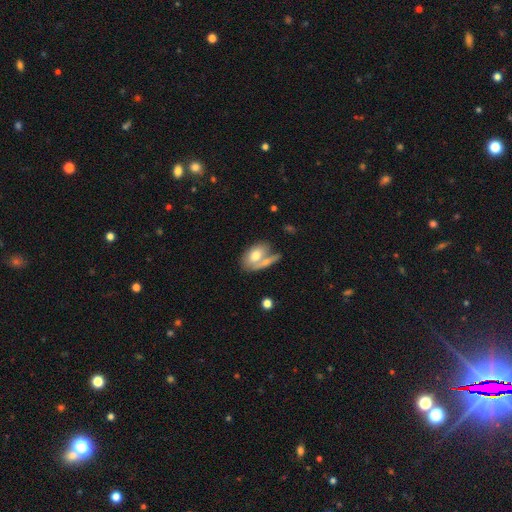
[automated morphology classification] type=smooth (69%); roundness=in between (86%); merging=none (40%).